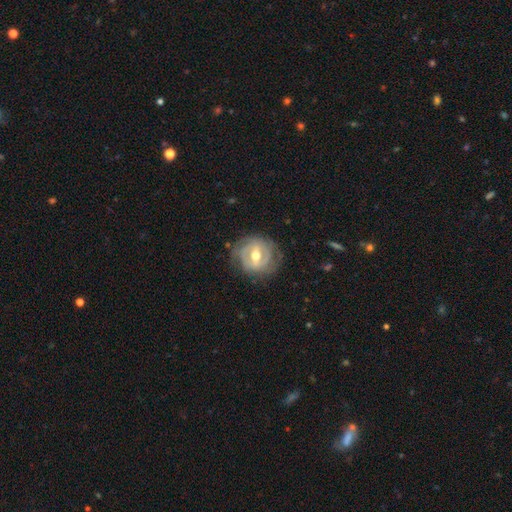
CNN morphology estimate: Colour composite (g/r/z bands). It shows a featured or disk galaxy (78%) with a weak bar (44%), 2 (51%) tight (63%) spiral arms (77%) and a moderate central bulge (77%). Merging: none (74%).